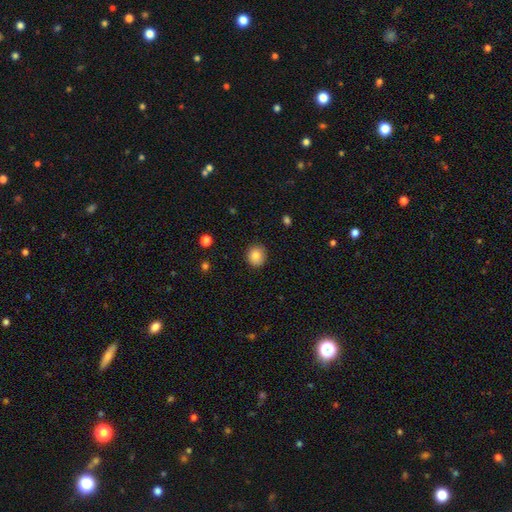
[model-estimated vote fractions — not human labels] This is clearly a smooth galaxy (83%). How rounded: clearly round (85%). Merging: clearly none (89%).